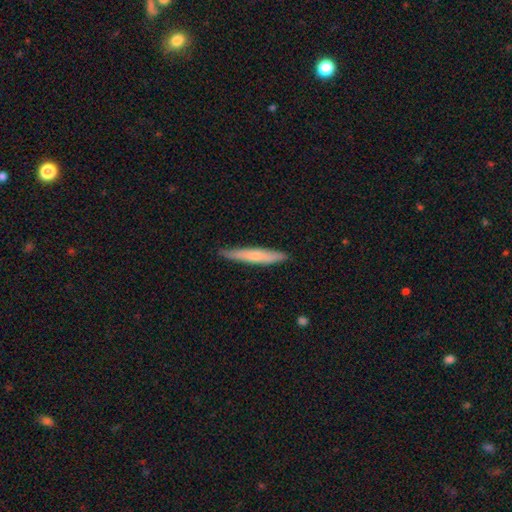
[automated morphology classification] type=smooth (62%); roundness=cigar-shaped (94%); merging=none (86%).